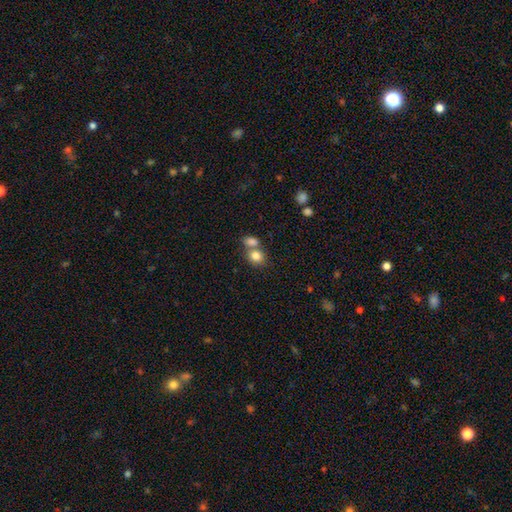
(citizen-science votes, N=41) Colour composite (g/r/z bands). It shows a smooth galaxy with no disk features (90%) that is round (70%). Merging: none (57%).